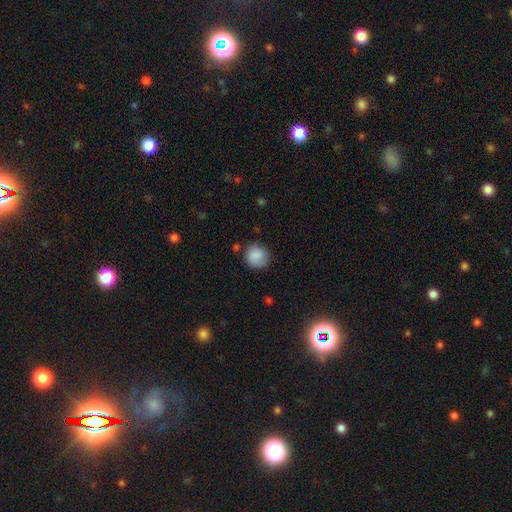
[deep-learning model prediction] Q: Smooth or featured?
A: smooth (87%); runner-up: star or artifact (8%)
Q: How rounded?
A: round (89%); runner-up: in between (10%)
Q: Merging?
A: none (78%); runner-up: minor disturbance (15%)